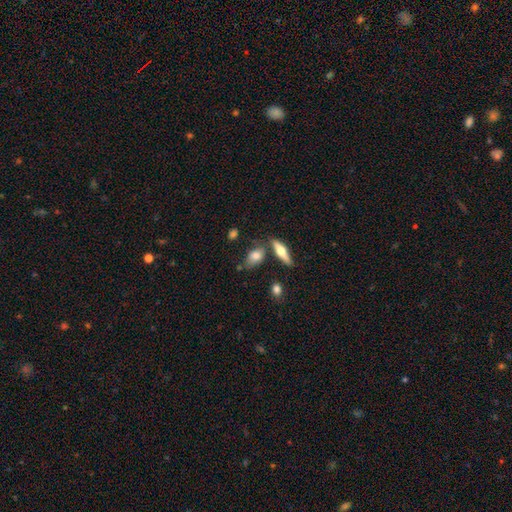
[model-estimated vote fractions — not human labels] This appears to be a smooth galaxy with no disk features (73%) that is in between round and cigar-shaped (79%). Merging: none (61%).